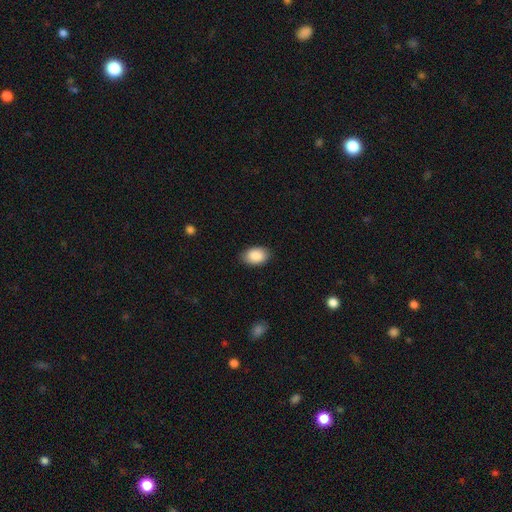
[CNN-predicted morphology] Q: Smooth or featured?
A: smooth (89%); runner-up: star or artifact (7%)
Q: How rounded?
A: in between (88%); runner-up: round (11%)
Q: Merging?
A: none (87%); runner-up: minor disturbance (10%)